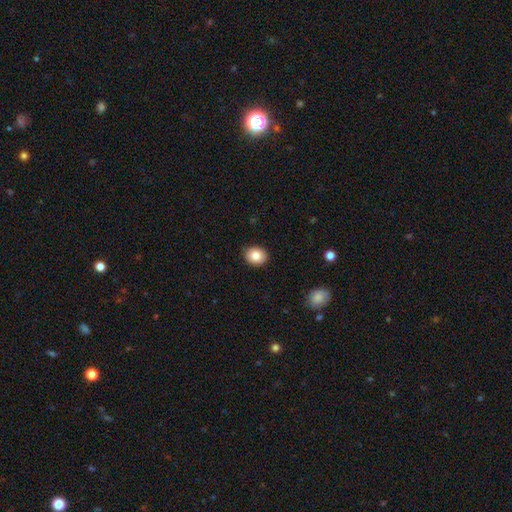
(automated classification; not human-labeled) A smooth galaxy with no disk features (84%) that is round (59%). Merging: none (88%).